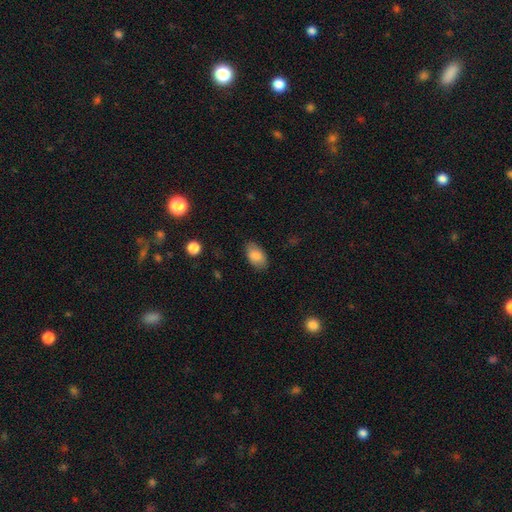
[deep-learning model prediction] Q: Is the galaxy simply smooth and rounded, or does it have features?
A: smooth — 85%.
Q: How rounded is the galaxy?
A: in between — 93%.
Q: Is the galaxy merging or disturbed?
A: none — 82%.